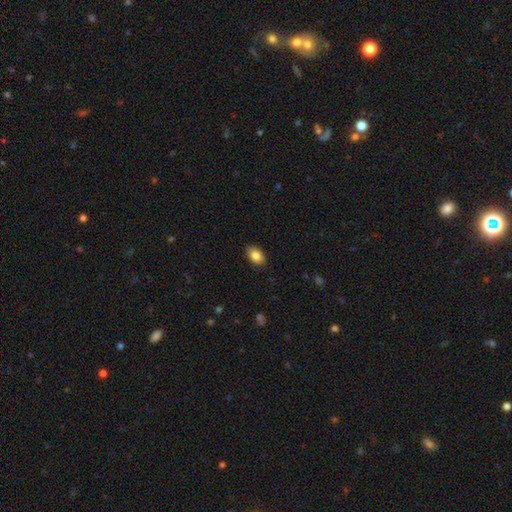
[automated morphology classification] Smooth or featured: smooth — 85% (star or artifact — 8%)
How rounded: in between — 85% (round — 14%)
Merging: none — 88% (minor disturbance — 9%)